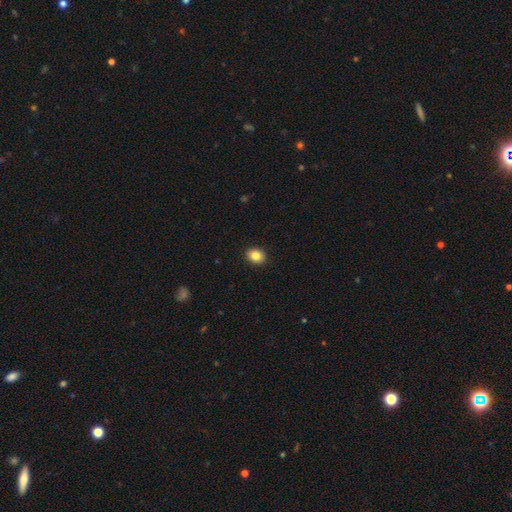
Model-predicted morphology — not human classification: This is clearly a smooth galaxy (85%). How rounded: possibly round (57%). Merging: clearly none (92%).